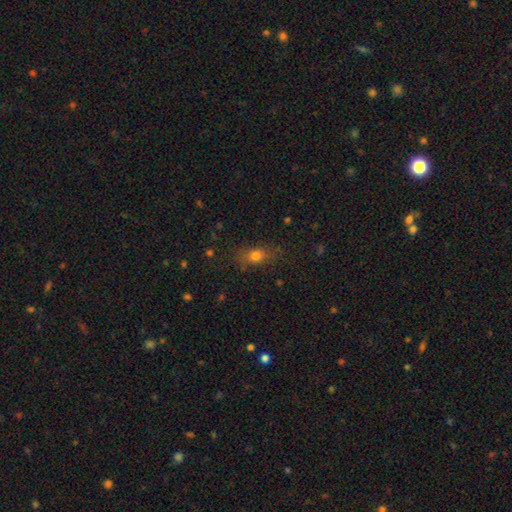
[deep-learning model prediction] A smooth galaxy with no disk features (75%) that is in between round and cigar-shaped (67%).

Vote fractions:
- Smooth or featured? smooth: 75% / star or artifact: 14% / featured or disk: 11%
- How rounded? in between: 67% / round: 26% / cigar-shaped: 7%
- Merging? none: 75% / minor disturbance: 16% / major disturbance: 6% / merger: 2%